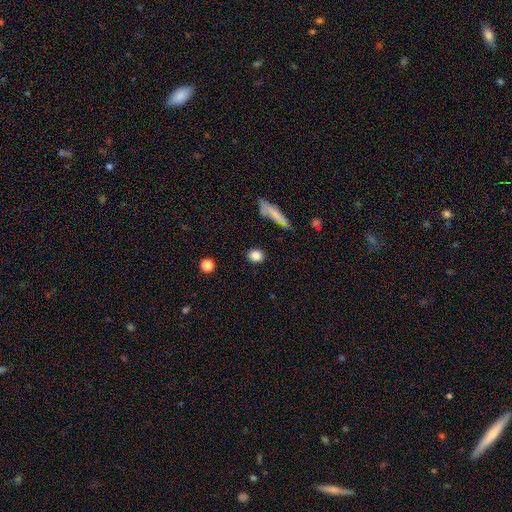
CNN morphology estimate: Smooth or featured? smooth (85%)
How rounded? round (73%)
Merging? none (86%)